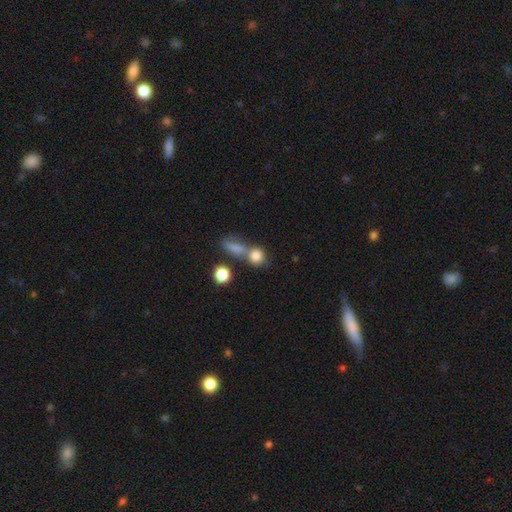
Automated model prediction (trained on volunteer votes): This is clearly a smooth galaxy (80%). How rounded: likely round (72%). Merging: marginally none (42%).